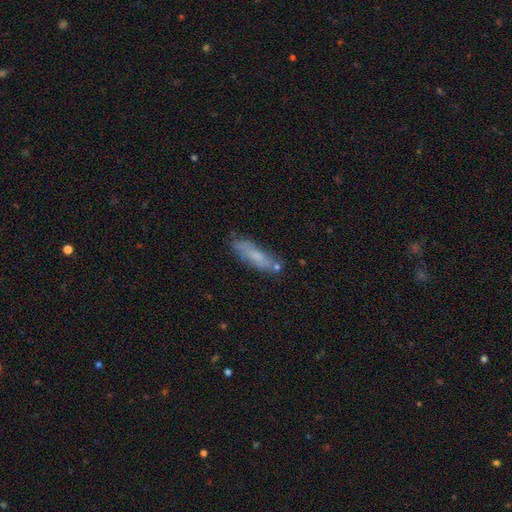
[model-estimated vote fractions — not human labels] Q: Smooth or featured?
A: smooth (65%); runner-up: featured or disk (27%)
Q: How rounded?
A: cigar-shaped (58%); runner-up: in between (40%)
Q: Merging?
A: none (65%); runner-up: minor disturbance (22%)